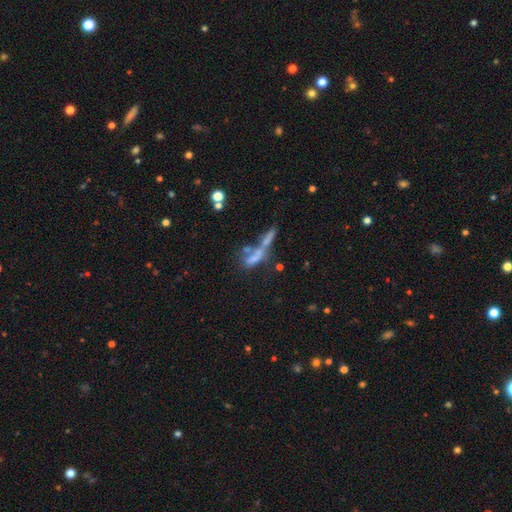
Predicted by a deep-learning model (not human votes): Smooth or featured?
  - smooth: 42% * (tied)
  - featured or disk: 42% * (tied)
  - star or artifact: 16%
Merging?
  - merger: 50% *
  - none: 23%
  - major disturbance: 16%
  - minor disturbance: 11%